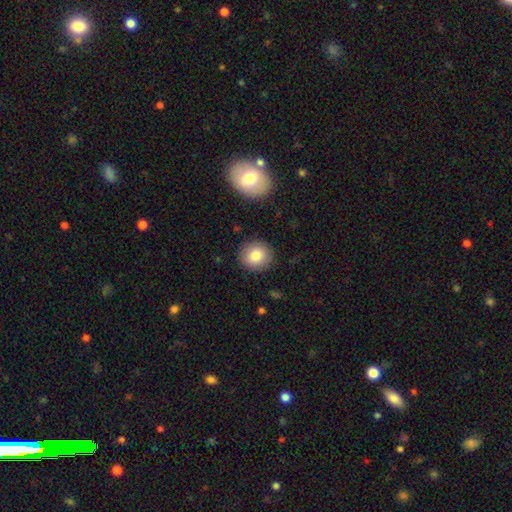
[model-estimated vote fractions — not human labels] Smooth or featured? smooth (82%)
How rounded? round (88%)
Merging? none (89%)